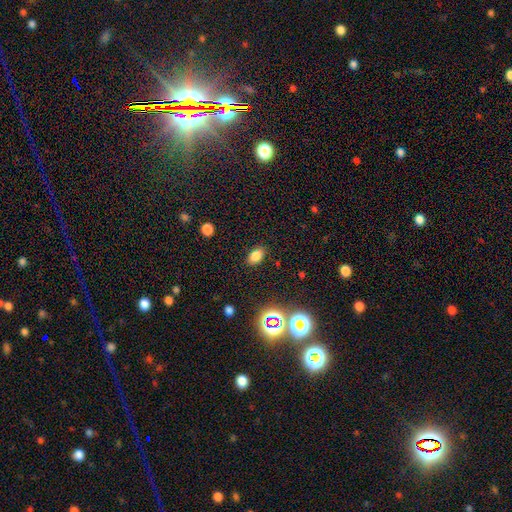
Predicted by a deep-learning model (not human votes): smooth_or_featured: smooth (p=0.79) [alt: star or artifact p=0.15]
how_rounded: in between (p=0.87) [alt: round p=0.11]
merging: none (p=0.86) [alt: minor disturbance p=0.09]